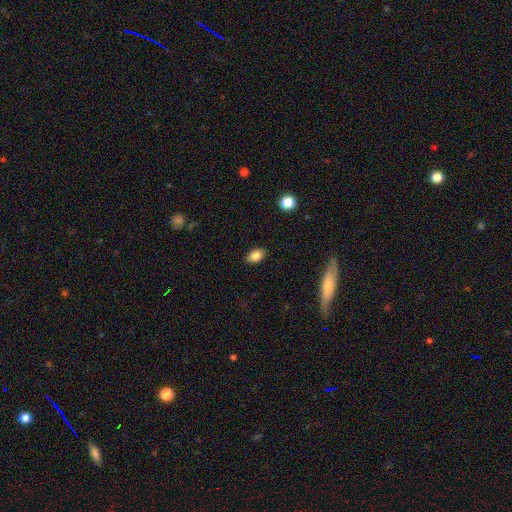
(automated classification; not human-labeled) Smooth or featured: smooth — 83% (star or artifact — 9%)
How rounded: in between — 86% (round — 12%)
Merging: none — 88% (minor disturbance — 9%)